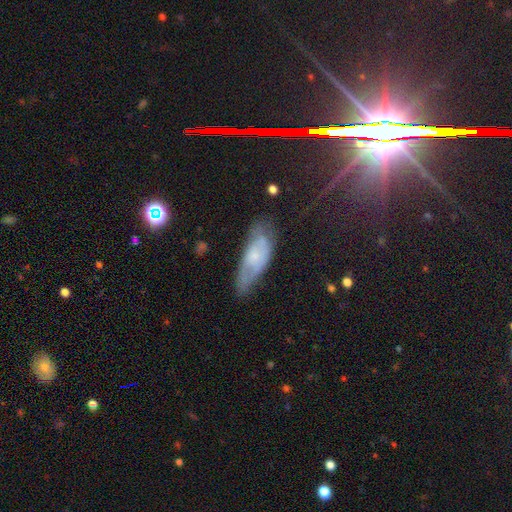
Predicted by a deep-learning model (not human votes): featured or disk 48%, smooth 41%, star or artifact 10%. Down the decision tree: merging — none (53%).